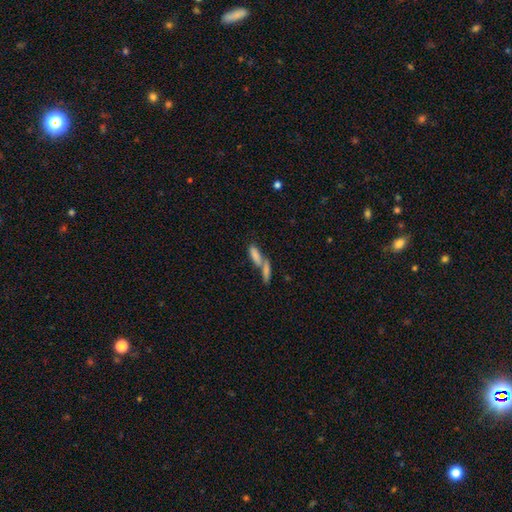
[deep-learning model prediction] A smooth galaxy with no disk features (67%) that is cigar-shaped (51%).

Vote fractions:
- Smooth or featured? smooth: 67% / featured or disk: 20% / star or artifact: 13%
- How rounded? cigar-shaped: 51% / in between: 45% / round: 4%
- Merging? merger: 62% / none: 27% / minor disturbance: 7% / major disturbance: 5%